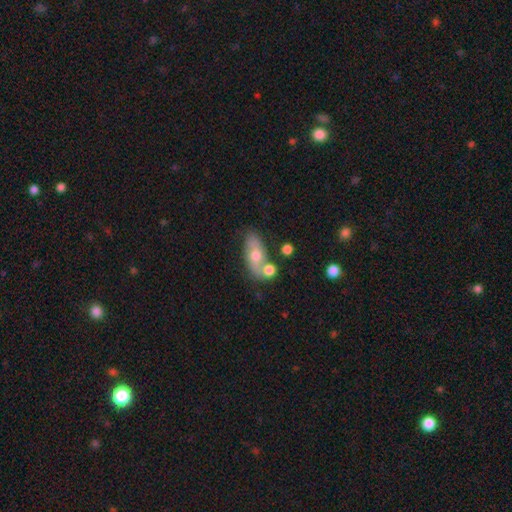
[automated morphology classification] A smooth galaxy with no disk features (49%).

Vote fractions:
- Smooth or featured? smooth: 49% / featured or disk: 42% / star or artifact: 8%
- Merging? none: 57% / merger: 20% / minor disturbance: 16% / major disturbance: 6%